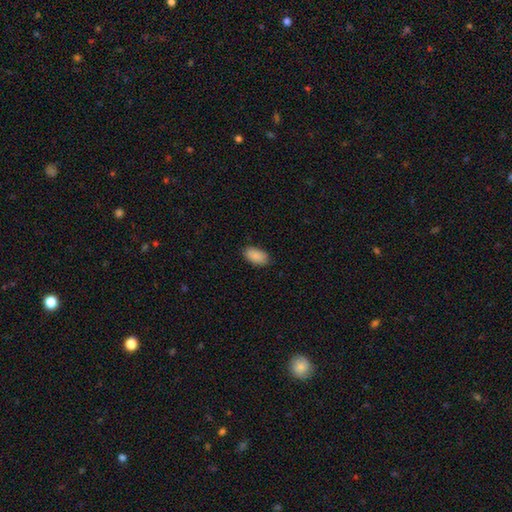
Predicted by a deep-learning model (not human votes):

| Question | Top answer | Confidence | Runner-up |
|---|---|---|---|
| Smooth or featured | smooth | 89% | star or artifact (7%) |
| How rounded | in between | 94% | round (3%) |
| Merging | none | 86% | minor disturbance (11%) |